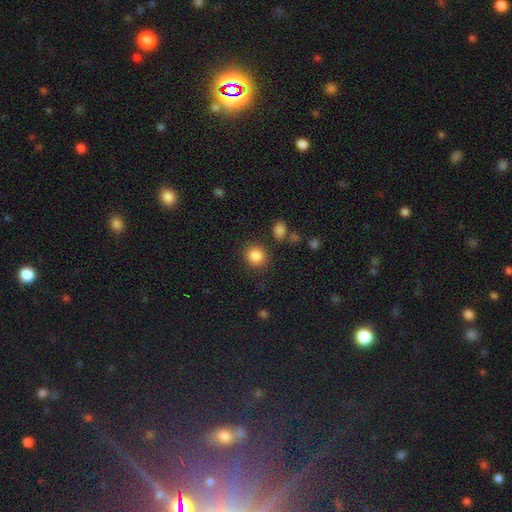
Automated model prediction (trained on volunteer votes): smooth-or-featured: smooth: 87% | star or artifact: 9% | featured or disk: 4%
  how-rounded: round: 81% | in between: 18% | cigar-shaped: 1%
  merging: none: 85% | minor disturbance: 8% | major disturbance: 3% | merger: 3%